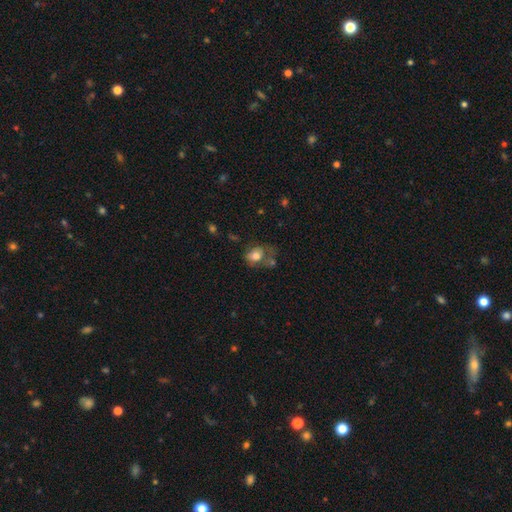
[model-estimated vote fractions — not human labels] smooth-or-featured: smooth: 71% | featured or disk: 19% | star or artifact: 10%
  how-rounded: in between: 61% | round: 38% | cigar-shaped: 1%
  merging: none: 32% | major disturbance: 26% | minor disturbance: 23% | merger: 19%